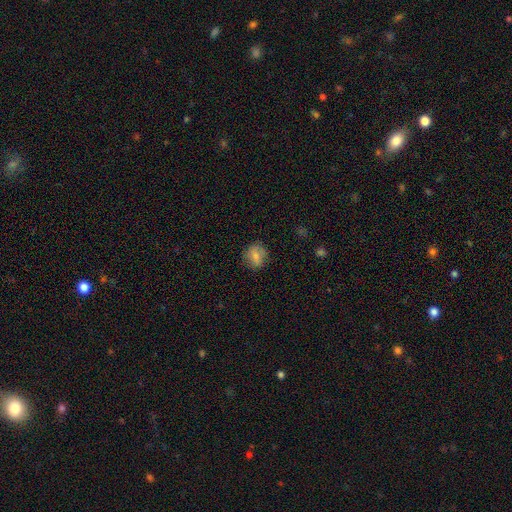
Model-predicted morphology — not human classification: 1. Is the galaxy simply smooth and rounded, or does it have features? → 77% smooth, 14% featured or disk, 9% star or artifact.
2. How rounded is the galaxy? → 65% round, 34% in between, 2% cigar-shaped.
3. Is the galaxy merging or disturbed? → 78% none, 16% minor disturbance, 5% major disturbance, 1% merger.